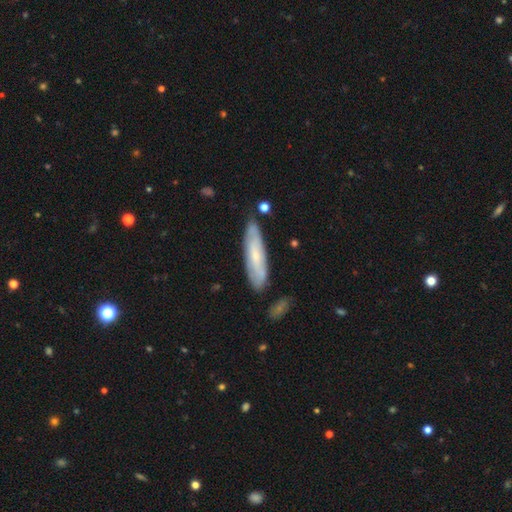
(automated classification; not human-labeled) A featured or disk galaxy (47%, tied with smooth). Merging: none (79%).